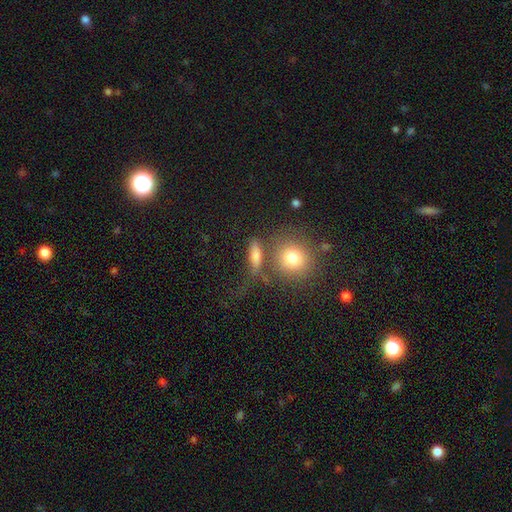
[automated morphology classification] Smooth or featured?
  - smooth: 69% *
  - featured or disk: 17%
  - star or artifact: 14%
How rounded?
  - in between: 44% *
  - cigar-shaped: 30%
  - round: 26%
Merging?
  - none: 56% *
  - merger: 17%
  - minor disturbance: 15%
  - major disturbance: 11%